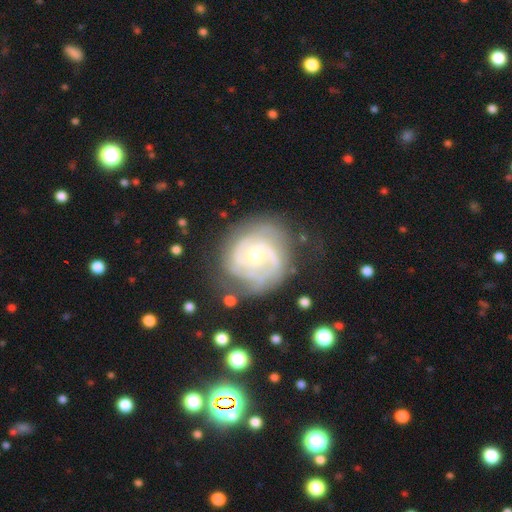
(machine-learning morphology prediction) A featured or disk galaxy (86%) with no bar (68%), 2 (50%) tight (58%) spiral arms (95%) and a moderate central bulge (49%). Merging: none (68%).